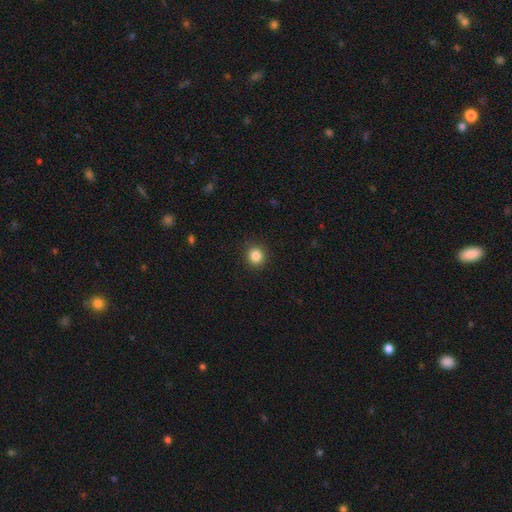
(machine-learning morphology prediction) A smooth galaxy with no disk features (85%) that is round (90%).

Vote fractions:
- Smooth or featured? smooth: 85% / star or artifact: 11% / featured or disk: 4%
- How rounded? round: 90% / in between: 9% / cigar-shaped: 1%
- Merging? none: 91% / minor disturbance: 6% / major disturbance: 2% / merger: 1%